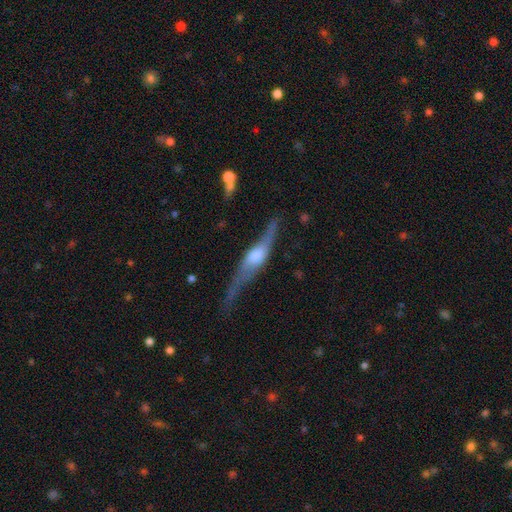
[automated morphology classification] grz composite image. It shows a featured or disk galaxy (73%) viewed edge-on (85%) with a rounded central bulge (82%). Merging: none (53%).